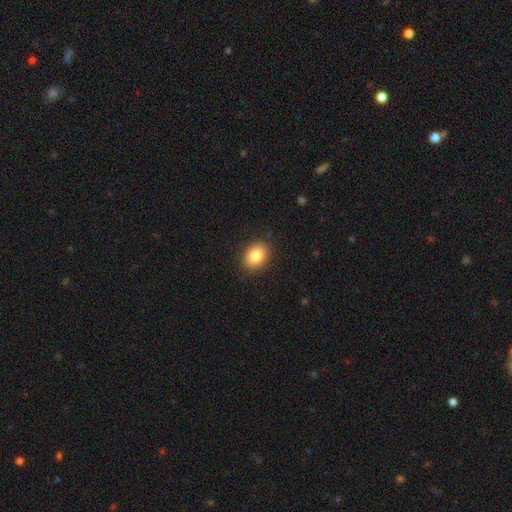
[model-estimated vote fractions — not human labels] Smooth or featured: smooth — 84% (star or artifact — 8%)
How rounded: in between — 69% (round — 30%)
Merging: none — 88% (minor disturbance — 8%)